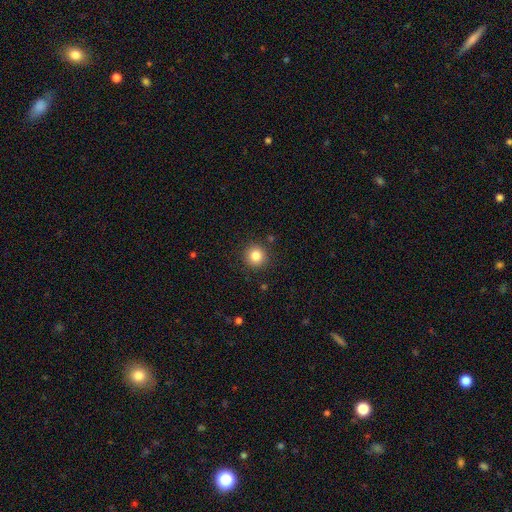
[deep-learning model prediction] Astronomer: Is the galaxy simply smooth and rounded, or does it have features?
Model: smooth — 83%.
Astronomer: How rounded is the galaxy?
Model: round — 94%.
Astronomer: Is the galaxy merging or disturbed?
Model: none — 90%.